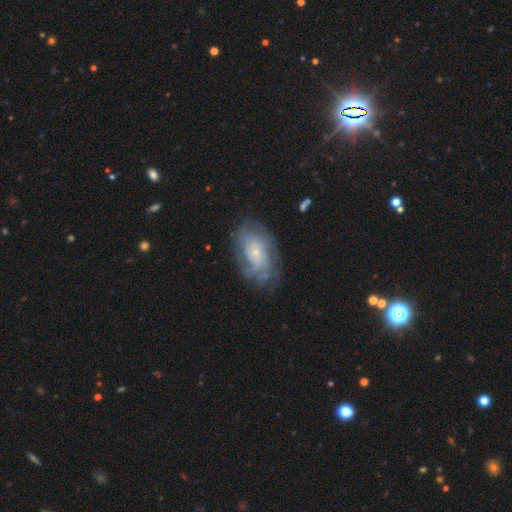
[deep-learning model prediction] Morphology: type=featured or disk (65%); edge-on=no (94%); bar=no (73%); spiral arms=yes (89%); winding=tight (63%); arm count=can't tell (56%); bulge=small (66%); merging=none (75%).